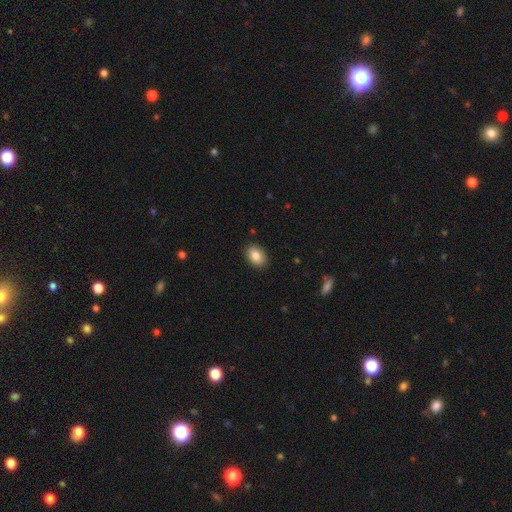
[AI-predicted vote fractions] A smooth galaxy with no disk features (85%) that is in between round and cigar-shaped (83%).

Vote fractions:
- Smooth or featured? smooth: 85% / star or artifact: 8% / featured or disk: 7%
- How rounded? in between: 83% / round: 16% / cigar-shaped: 1%
- Merging? none: 89% / minor disturbance: 8% / major disturbance: 2% / merger: 1%